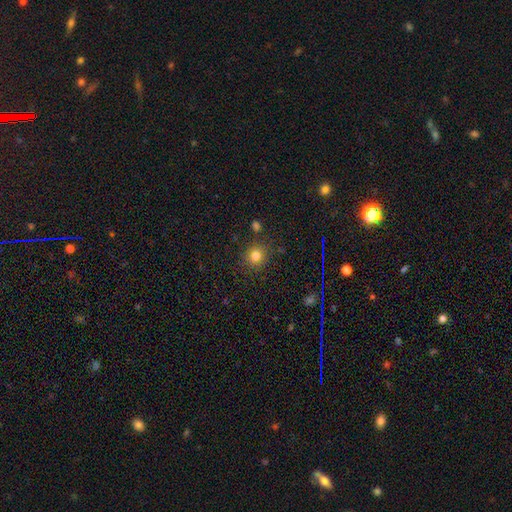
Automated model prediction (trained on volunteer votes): smooth-or-featured: smooth: 79% | star or artifact: 15% | featured or disk: 6%
  how-rounded: round: 88% | in between: 11% | cigar-shaped: 1%
  merging: none: 85% | minor disturbance: 9% | merger: 3% | major disturbance: 3%